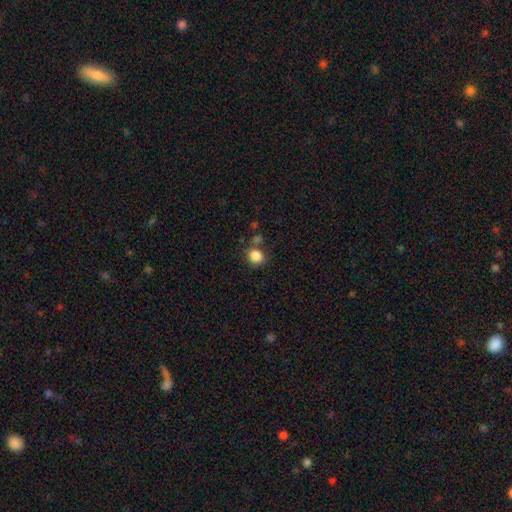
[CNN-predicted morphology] The model was most divided on "merging": none: 70%, merger: 13%, minor disturbance: 12%, major disturbance: 5%. More confident: smooth or featured — smooth (85%); how rounded — round (79%).